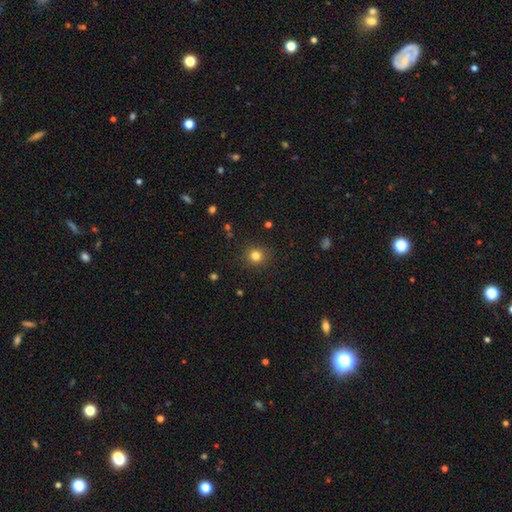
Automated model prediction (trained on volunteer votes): smooth 80%, star or artifact 14%, featured or disk 6%. Down the decision tree: how rounded — round (91%); merging — none (90%).